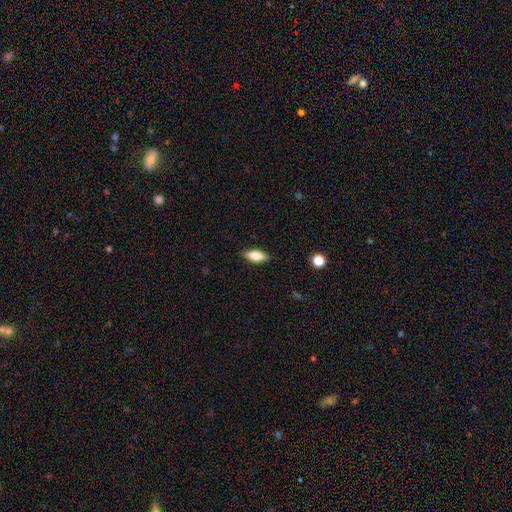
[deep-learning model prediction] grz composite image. It shows a smooth galaxy with no disk features (69%) that is in between round and cigar-shaped (73%). Merging: none (88%).